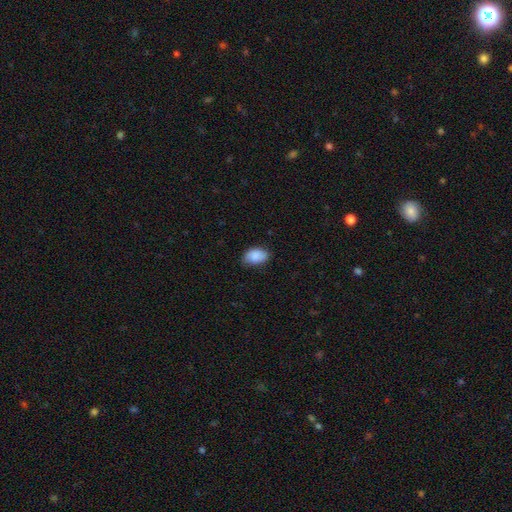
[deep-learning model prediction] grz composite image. It shows a smooth galaxy with no disk features (87%) that is in between round and cigar-shaped (90%). Merging: none (75%).